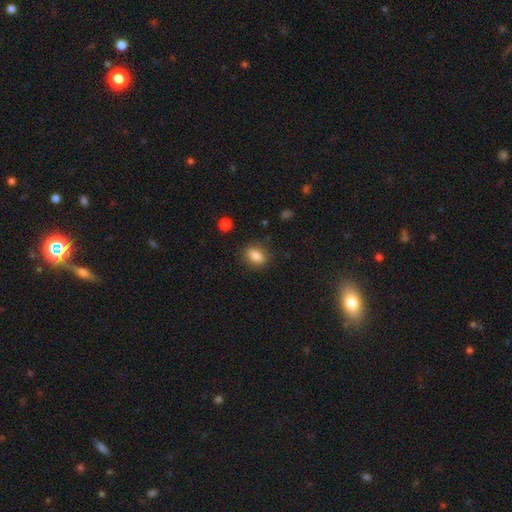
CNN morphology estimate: smooth_or_featured: smooth (p=0.83) [alt: featured or disk p=0.09]
how_rounded: in between (p=0.77) [alt: round p=0.18]
merging: none (p=0.84) [alt: minor disturbance p=0.11]